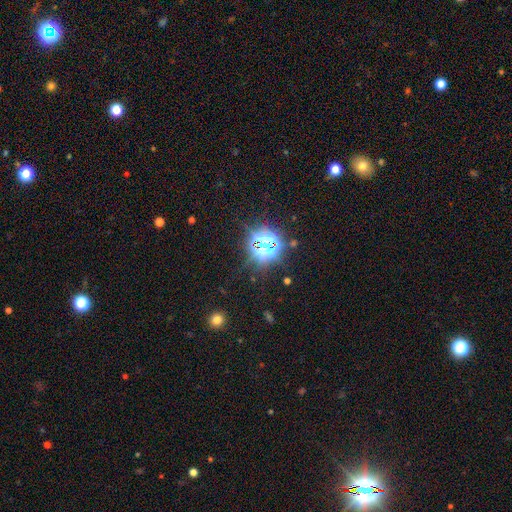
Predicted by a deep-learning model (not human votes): The model was most divided on "smooth or featured": star or artifact: 78%, smooth: 17%, featured or disk: 6%.